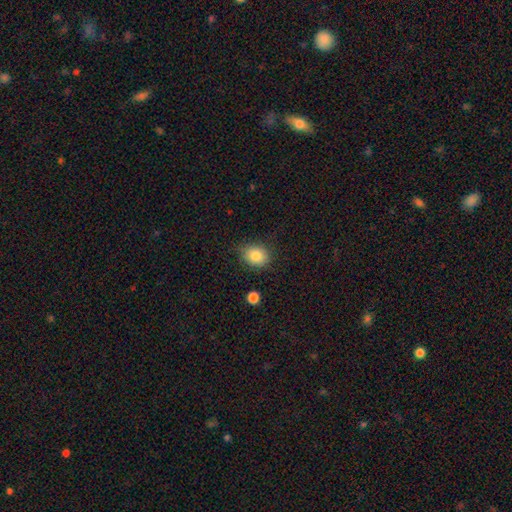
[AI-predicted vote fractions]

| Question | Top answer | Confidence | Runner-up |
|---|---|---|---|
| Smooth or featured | smooth | 84% | star or artifact (9%) |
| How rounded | round | 50% | in between (49%) |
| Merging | none | 79% | minor disturbance (16%) |